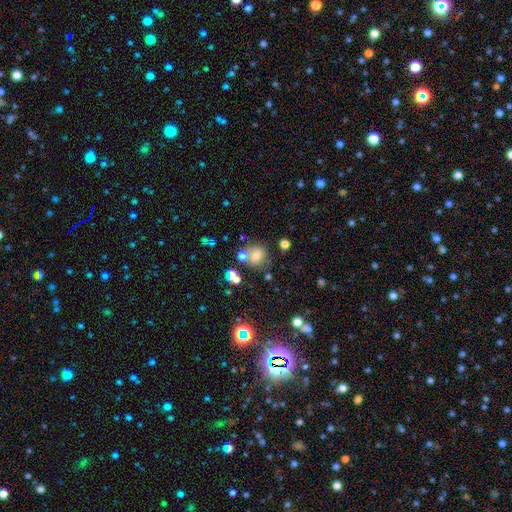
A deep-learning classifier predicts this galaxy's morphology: smooth 67%, star or artifact 17%, featured or disk 16%. Down the decision tree: how rounded — round (77%); merging — none (59%).